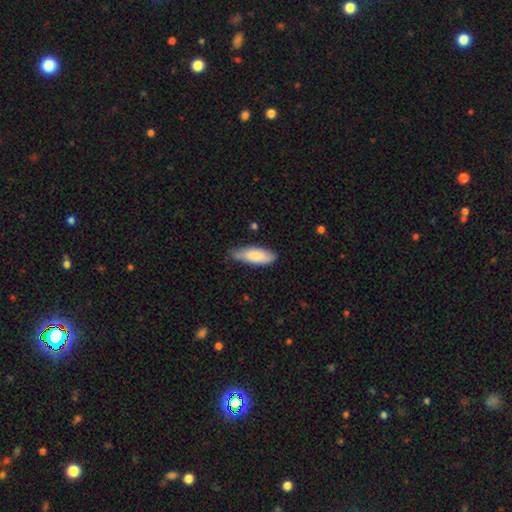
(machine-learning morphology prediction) The model was most divided on "how rounded": in between: 66%, cigar-shaped: 33%, round: 2%. More confident: smooth or featured — smooth (83%); merging — none (66%).